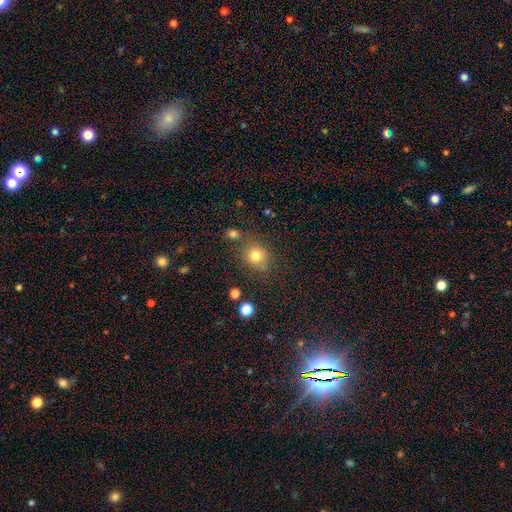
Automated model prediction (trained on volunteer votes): Morphology: type=smooth (78%); roundness=round (82%); merging=none (74%).